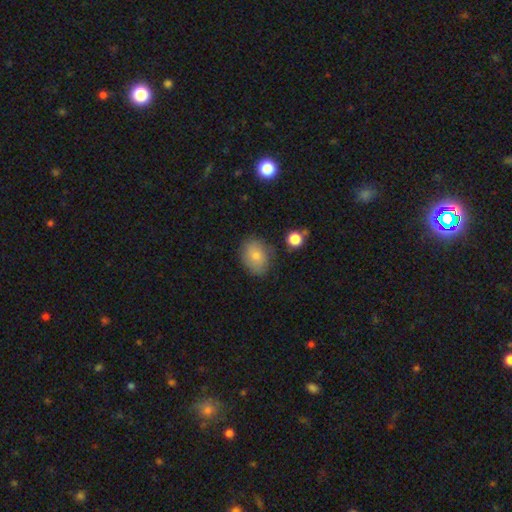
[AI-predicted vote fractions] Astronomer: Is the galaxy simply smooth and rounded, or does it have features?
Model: smooth — 76%.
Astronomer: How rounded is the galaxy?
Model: in between — 65%.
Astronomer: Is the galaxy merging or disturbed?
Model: none — 75%.